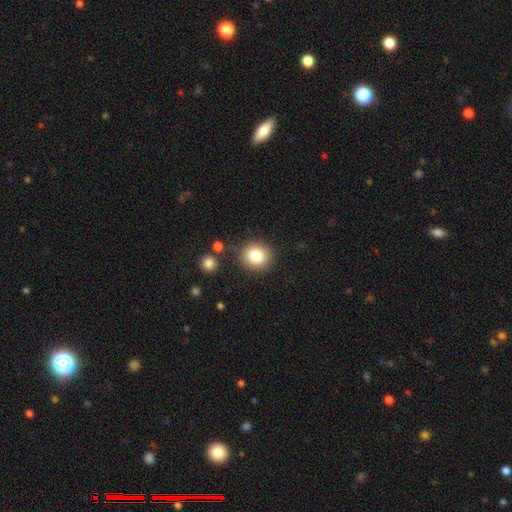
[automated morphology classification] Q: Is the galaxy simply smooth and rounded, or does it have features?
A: smooth — 81%.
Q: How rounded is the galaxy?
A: round — 86%.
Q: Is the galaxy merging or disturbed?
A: none — 83%.